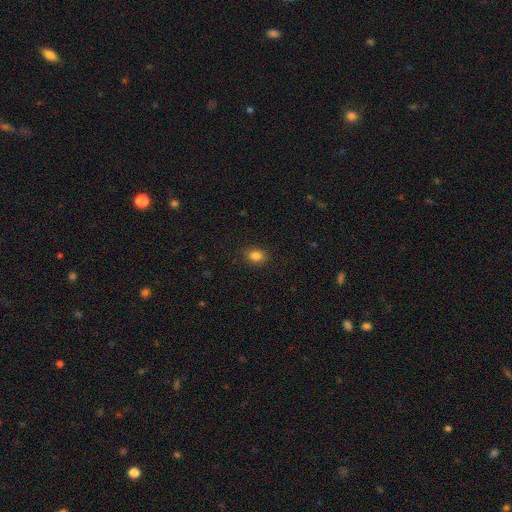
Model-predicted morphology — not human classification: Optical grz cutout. It shows a smooth galaxy with no disk features (84%) that is in between round and cigar-shaped (51%). Merging: none (88%).